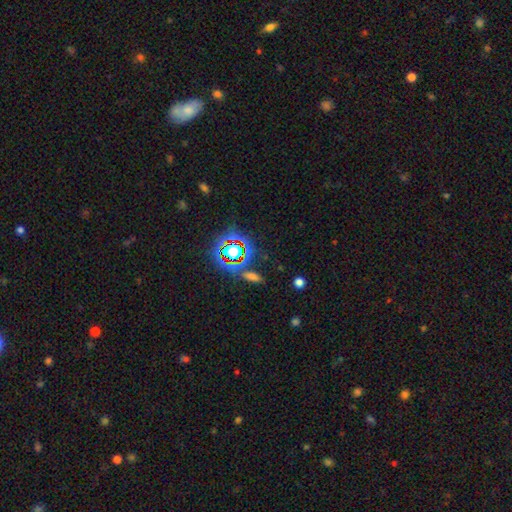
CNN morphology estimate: This is likely a star or artifact rather than a galaxy (75%).